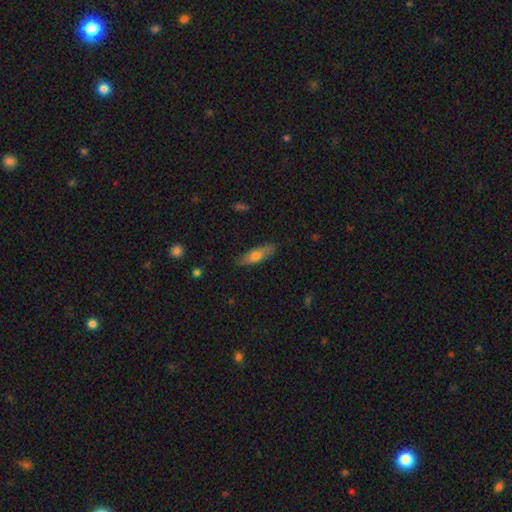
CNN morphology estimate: This appears to be a smooth galaxy with no disk features (62%) that is cigar-shaped (49%). Merging: none (85%).